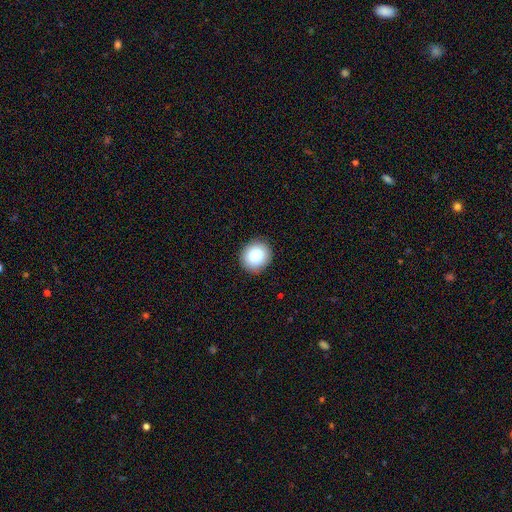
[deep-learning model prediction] A smooth galaxy with no disk features (86%) that is round (84%). Merging: none (89%).